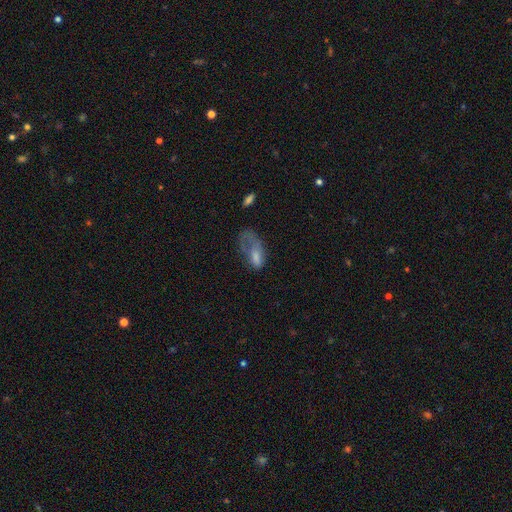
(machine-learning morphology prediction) Q: Smooth or featured?
A: smooth (61%); runner-up: featured or disk (30%)
Q: How rounded?
A: in between (87%); runner-up: cigar-shaped (7%)
Q: Merging?
A: major disturbance (59%); runner-up: minor disturbance (19%)